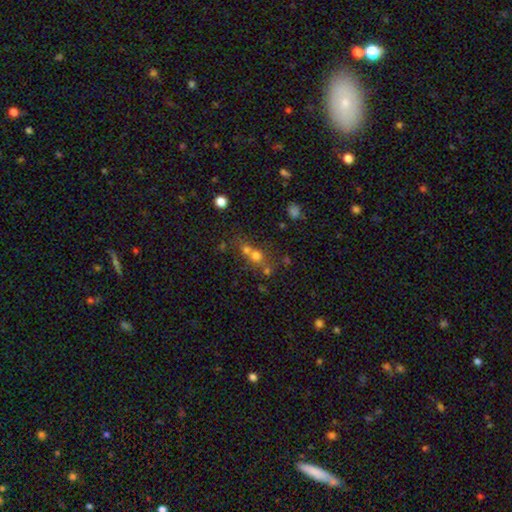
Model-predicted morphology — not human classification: smooth 65%, star or artifact 19%, featured or disk 16%. Down the decision tree: how rounded — round (81%); merging — merger (52%).